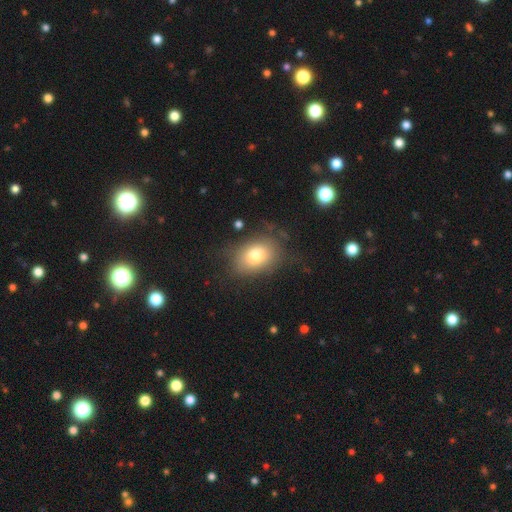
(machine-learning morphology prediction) The model was most divided on "how rounded": in between: 73%, round: 26%, cigar-shaped: 1%. More confident: smooth or featured — smooth (75%); merging — none (71%).